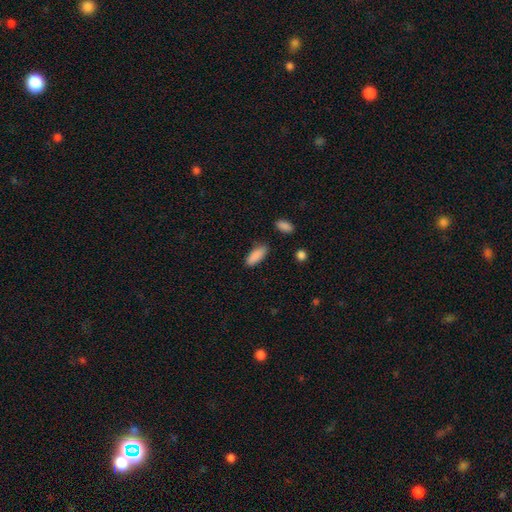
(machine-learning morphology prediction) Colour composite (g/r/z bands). It shows a smooth galaxy with no disk features (89%) that is in between round and cigar-shaped (75%). Merging: none (82%).